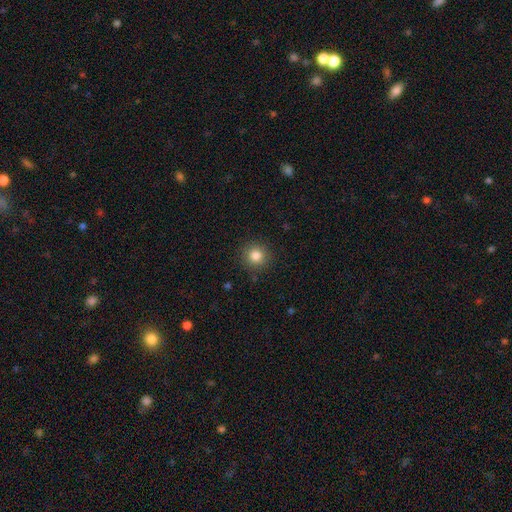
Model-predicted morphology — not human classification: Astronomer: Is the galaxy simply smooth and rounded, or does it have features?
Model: smooth — 83%.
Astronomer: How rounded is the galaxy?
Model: round — 93%.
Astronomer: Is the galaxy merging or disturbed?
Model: none — 90%.